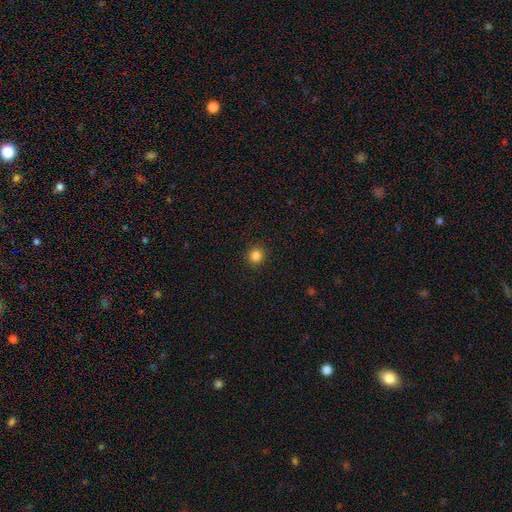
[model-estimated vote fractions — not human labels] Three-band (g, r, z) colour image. It shows a smooth galaxy with no disk features (84%) that is round (93%). Merging: none (92%).